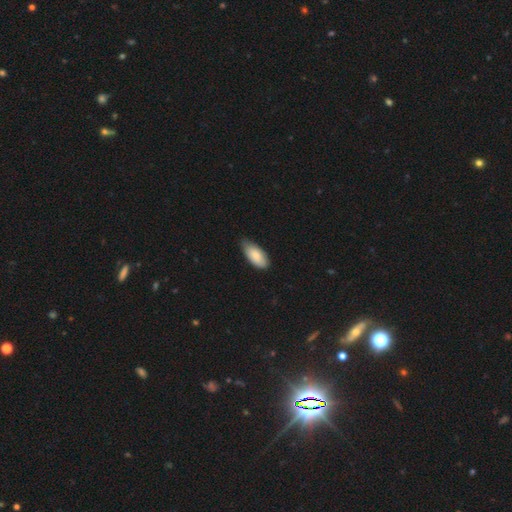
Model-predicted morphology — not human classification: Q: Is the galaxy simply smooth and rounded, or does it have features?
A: smooth — 84%.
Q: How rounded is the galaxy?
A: in between — 91%.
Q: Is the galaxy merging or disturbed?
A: none — 62%.